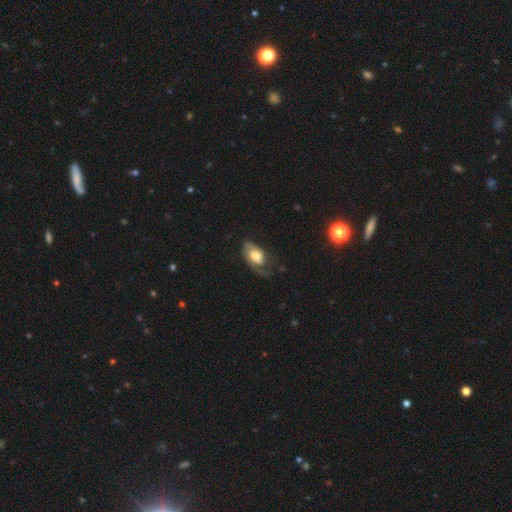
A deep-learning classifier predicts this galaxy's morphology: Smooth or featured? Predicted: featured or disk (p=0.49). Merging? Predicted: none (p=0.39).